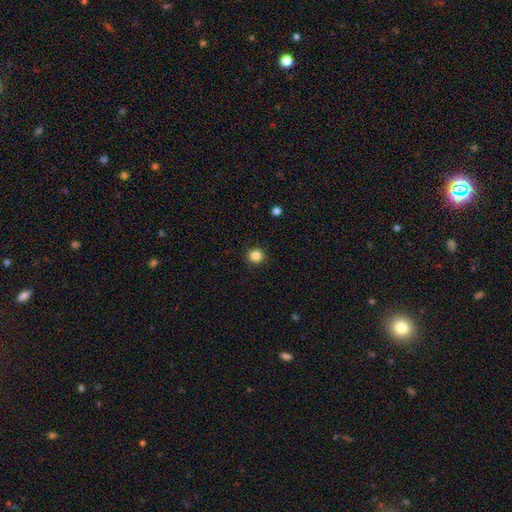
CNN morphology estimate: Overall: smooth (85%). How rounded: round (91%). Merging: none (91%).